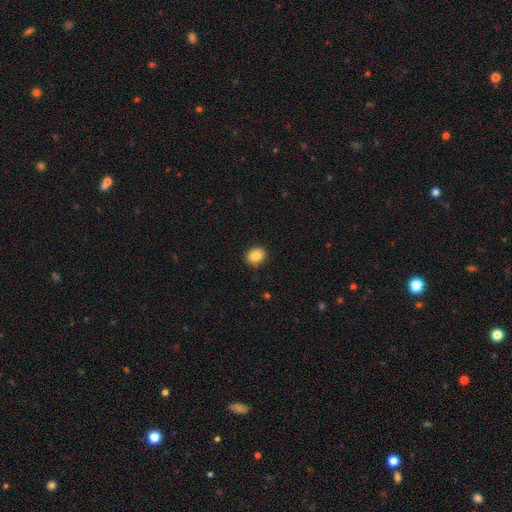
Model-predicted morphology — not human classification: Overall: smooth (86%). How rounded: round (54%; in between 45%). Merging: none (89%).